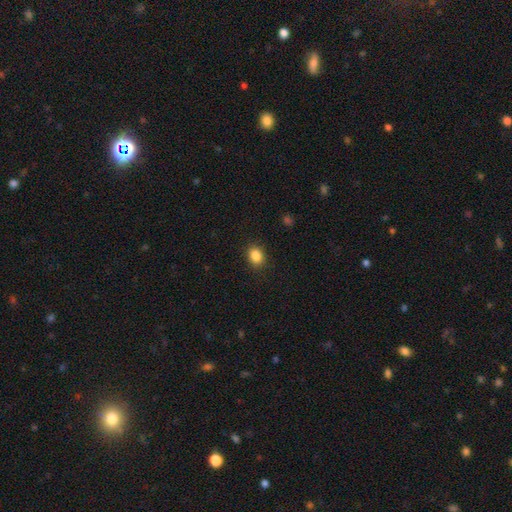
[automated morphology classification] smooth_or_featured: smooth (p=0.87) [alt: star or artifact p=0.10]
how_rounded: in between (p=0.54) [alt: round p=0.45]
merging: none (p=0.88) [alt: minor disturbance p=0.09]